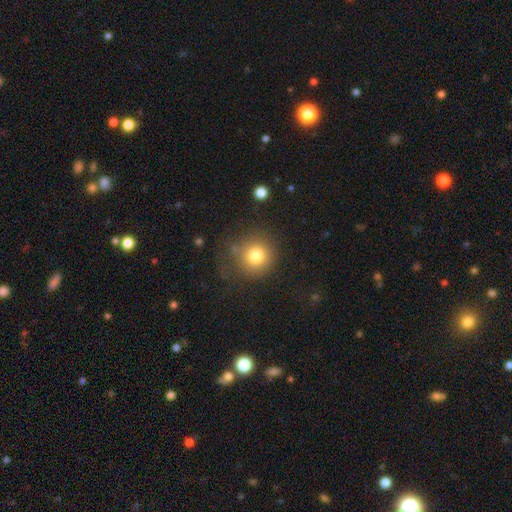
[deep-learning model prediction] Q: Smooth or featured?
A: smooth (78%); runner-up: star or artifact (12%)
Q: How rounded?
A: round (91%); runner-up: in between (8%)
Q: Merging?
A: none (74%); runner-up: minor disturbance (15%)